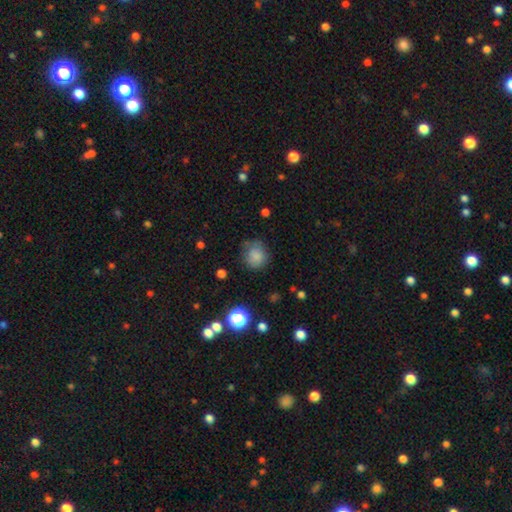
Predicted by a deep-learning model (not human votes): smooth_or_featured: smooth (p=0.82) [alt: star or artifact p=0.12]
how_rounded: round (p=0.82) [alt: in between p=0.17]
merging: none (p=0.72) [alt: minor disturbance p=0.20]